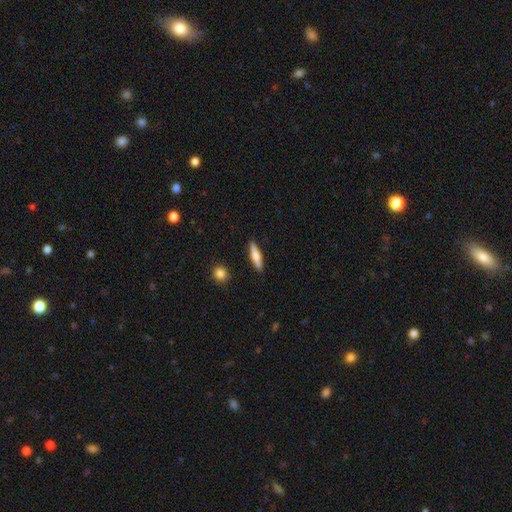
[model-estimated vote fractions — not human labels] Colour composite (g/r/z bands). It shows a smooth galaxy with no disk features (62%) that is cigar-shaped (79%). Merging: none (90%).